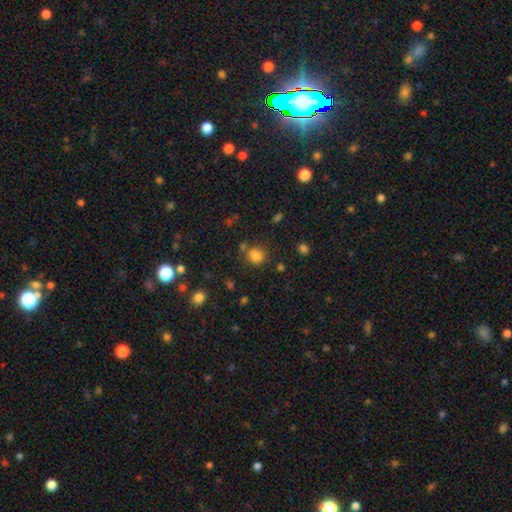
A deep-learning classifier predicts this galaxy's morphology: Smooth or featured? Predicted: smooth (p=0.78). How rounded? Predicted: round (p=0.56). Merging? Predicted: none (p=0.59).